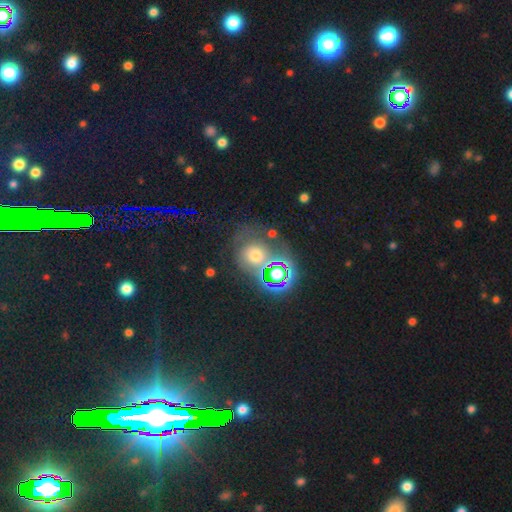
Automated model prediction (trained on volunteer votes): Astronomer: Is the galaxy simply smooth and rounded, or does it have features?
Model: smooth — 46% (runner-up: star or artifact, 30%).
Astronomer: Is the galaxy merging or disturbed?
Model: none — 57%.